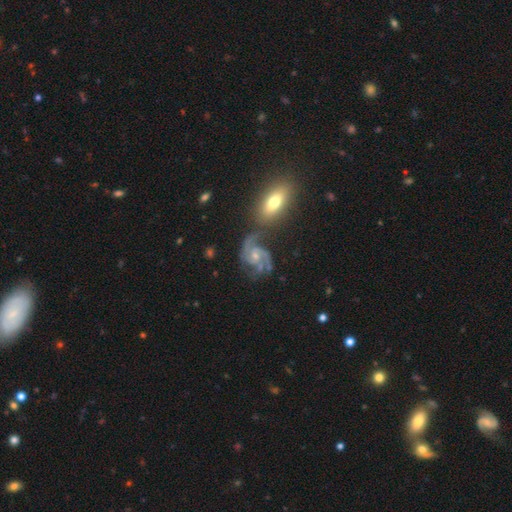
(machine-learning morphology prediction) type=featured or disk (89%); edge-on=no (98%); bar=no (63%); spiral arms=yes (97%); winding=medium (58%); arm count=2 (69%); bulge=small (59%); merging=none (50%).